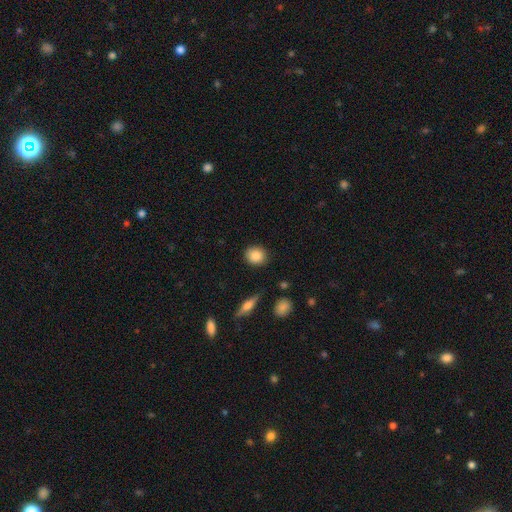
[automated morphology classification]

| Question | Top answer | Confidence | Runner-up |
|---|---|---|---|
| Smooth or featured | smooth | 85% | star or artifact (8%) |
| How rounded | round | 75% | in between (24%) |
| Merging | none | 88% | minor disturbance (8%) |